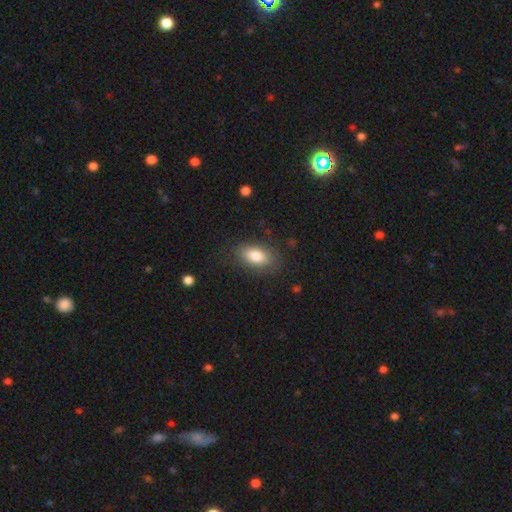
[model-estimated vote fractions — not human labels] This is clearly a smooth galaxy (81%). How rounded: clearly in between (90%). Merging: clearly none (81%).